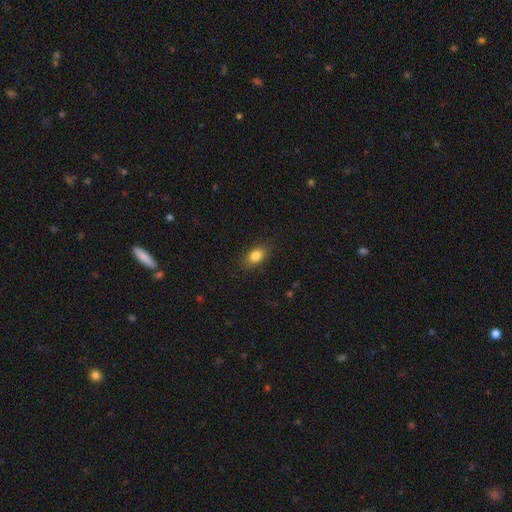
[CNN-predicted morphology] A smooth galaxy with no disk features (84%) that is in between round and cigar-shaped (83%).

Vote fractions:
- Smooth or featured? smooth: 84% / star or artifact: 9% / featured or disk: 8%
- How rounded? in between: 83% / round: 14% / cigar-shaped: 3%
- Merging? none: 86% / minor disturbance: 11% / major disturbance: 3% / merger: 1%